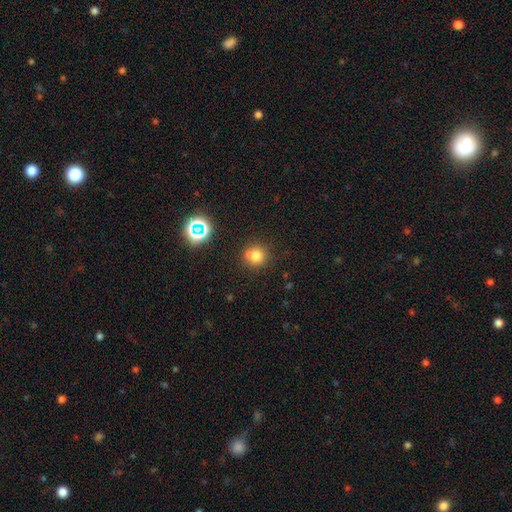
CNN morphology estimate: type=smooth (74%); roundness=round (90%); merging=none (65%).